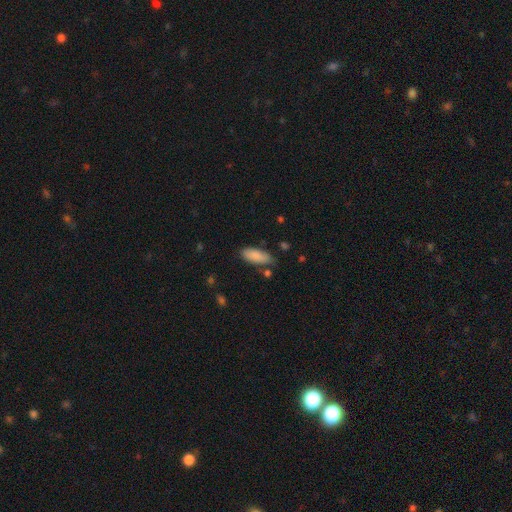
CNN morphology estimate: This is clearly a smooth galaxy (87%). How rounded: likely in between (78%). Merging: likely none (73%).